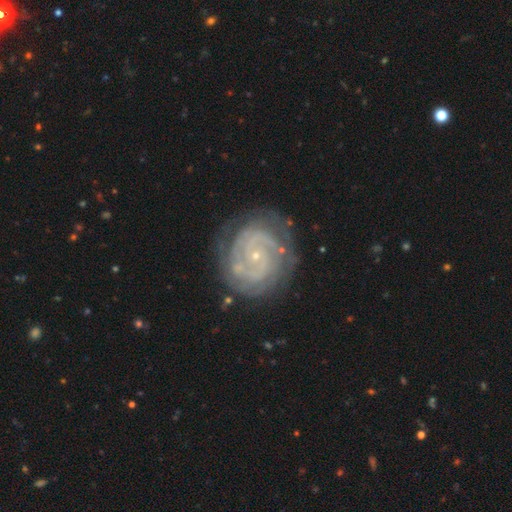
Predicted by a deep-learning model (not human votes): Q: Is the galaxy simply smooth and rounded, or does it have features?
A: featured or disk — 88%.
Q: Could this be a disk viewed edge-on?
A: no — 98%.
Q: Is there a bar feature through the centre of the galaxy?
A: no — 72%.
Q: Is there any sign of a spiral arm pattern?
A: yes — 97%.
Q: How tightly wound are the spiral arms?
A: tight — 73%.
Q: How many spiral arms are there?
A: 2 — 45%.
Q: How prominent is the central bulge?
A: small — 87%.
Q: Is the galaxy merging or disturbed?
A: none — 78%.